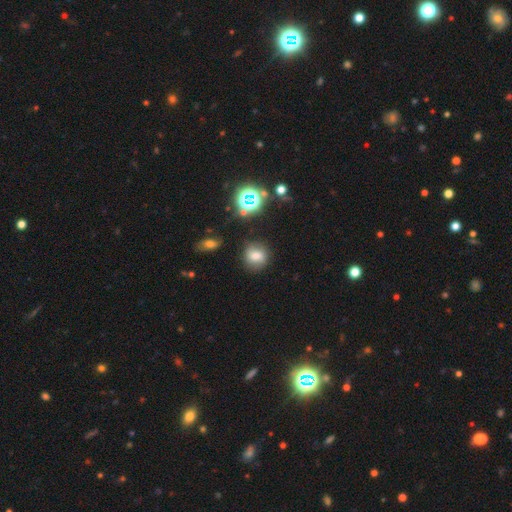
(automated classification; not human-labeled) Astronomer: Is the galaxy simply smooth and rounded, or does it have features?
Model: smooth — 69%.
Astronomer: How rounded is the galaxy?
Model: round — 82%.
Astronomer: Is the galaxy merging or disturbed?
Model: none — 81%.